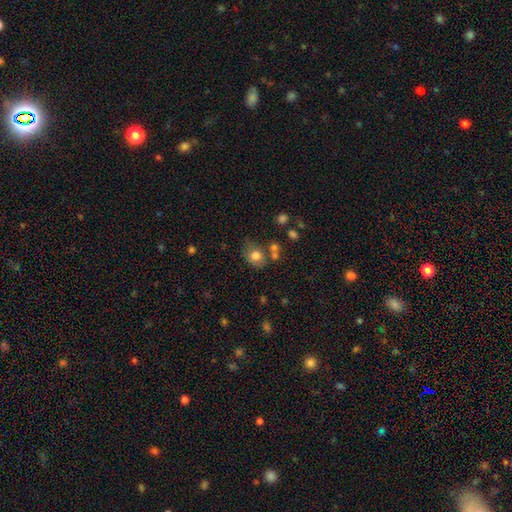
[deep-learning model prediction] Morphology: type=smooth (78%); roundness=round (65%); merging=none (58%).